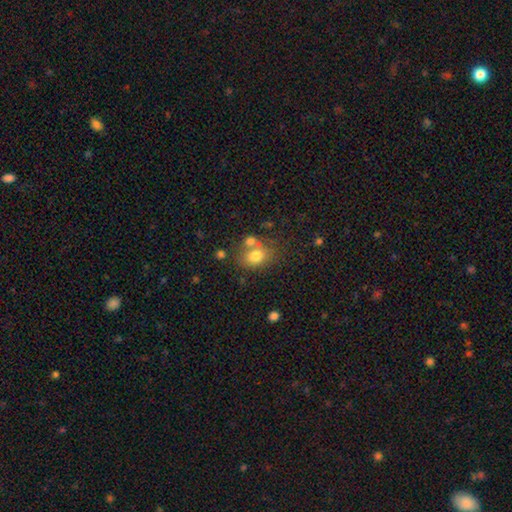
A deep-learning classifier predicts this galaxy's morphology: smooth 75%, featured or disk 14%, star or artifact 11%. Down the decision tree: how rounded — in between (65%); merging — none (52%).